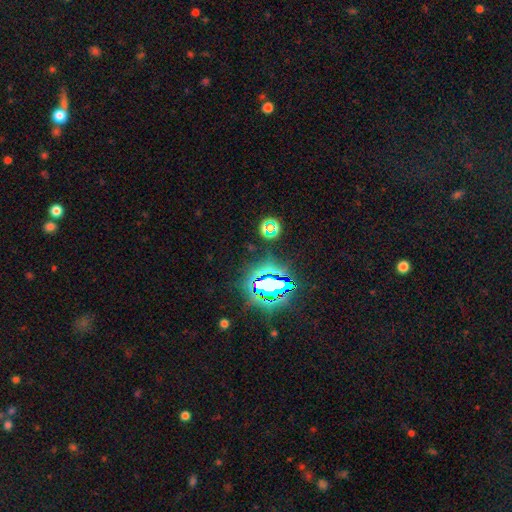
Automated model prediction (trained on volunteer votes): star or artifact 78%, smooth 13%, featured or disk 9%.